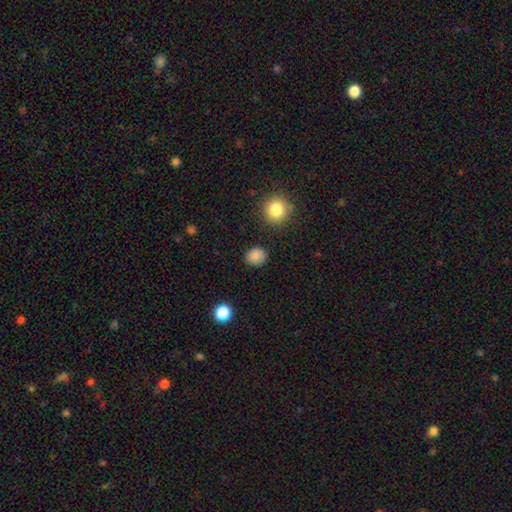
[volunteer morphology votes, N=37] Smooth or featured?
  - smooth: 92% *
  - star or artifact: 8%
  - featured or disk: 0%
How rounded?
  - round: 71% *
  - in between: 29%
  - cigar-shaped: 0%
Merging?
  - none: 97% *
  - minor disturbance: 3%
  - major disturbance: 0%
  - merger: 0%